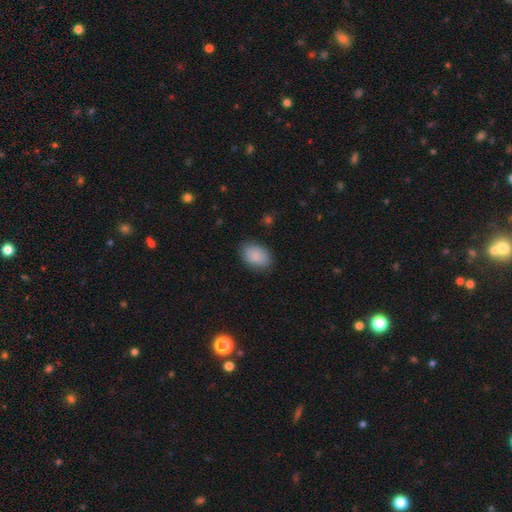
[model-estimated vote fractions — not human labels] A smooth galaxy with no disk features (87%) that is in between round and cigar-shaped (86%).

Vote fractions:
- Smooth or featured? smooth: 87% / star or artifact: 7% / featured or disk: 6%
- How rounded? in between: 86% / round: 13% / cigar-shaped: 1%
- Merging? none: 81% / minor disturbance: 15% / major disturbance: 4% / merger: 1%